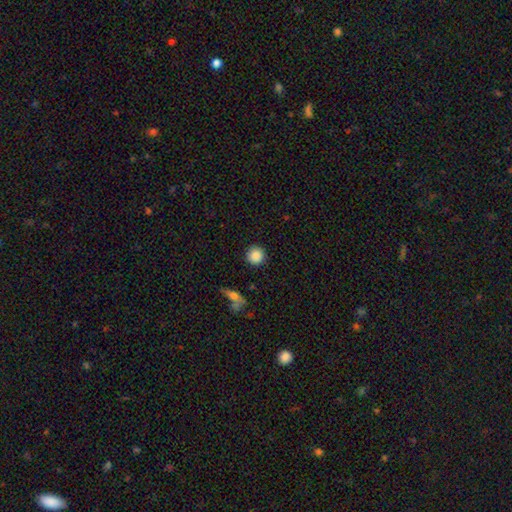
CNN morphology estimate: This appears to be a smooth galaxy with no disk features (87%) that is round (94%). Merging: none (89%).